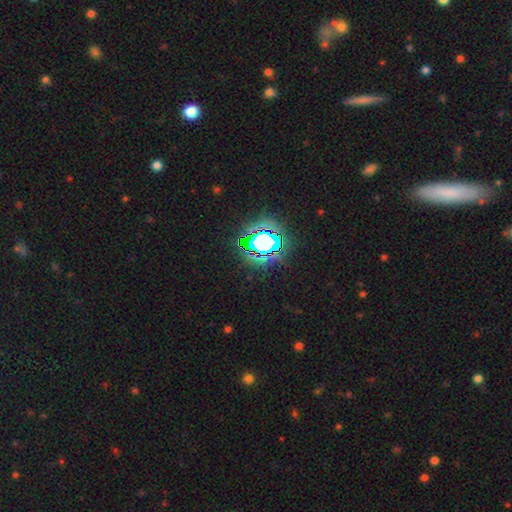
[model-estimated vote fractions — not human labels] Overall: star or artifact (78%).